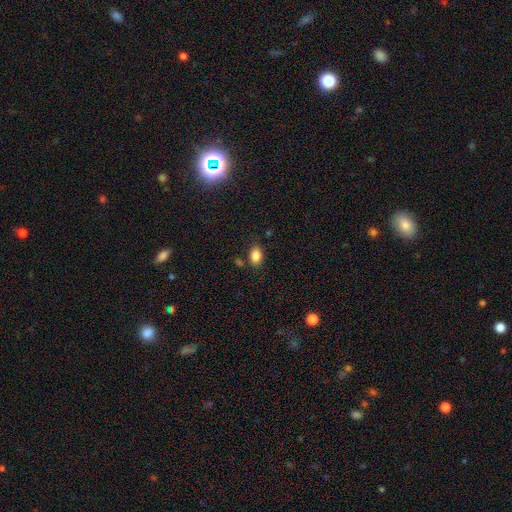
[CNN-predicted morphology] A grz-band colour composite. It shows a smooth galaxy with no disk features (86%) that is in between round and cigar-shaped (85%). Merging: none (79%).